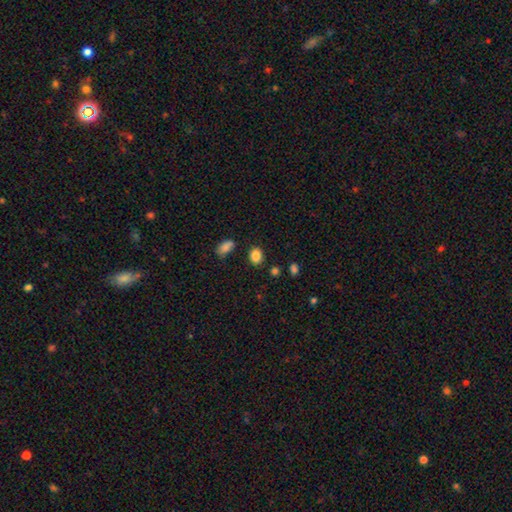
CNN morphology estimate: smooth 86%, star or artifact 10%, featured or disk 4%. Down the decision tree: how rounded — in between (63%); merging — none (81%).